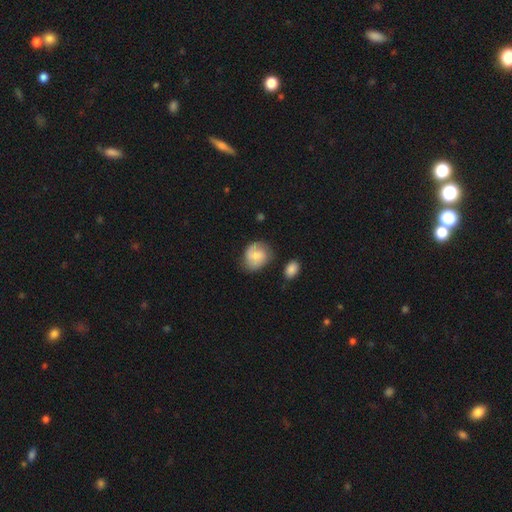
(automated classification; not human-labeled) The model was most divided on "how rounded": round: 59%, in between: 40%, cigar-shaped: 1%. More confident: merging — none (63%); smooth or featured — smooth (60%).